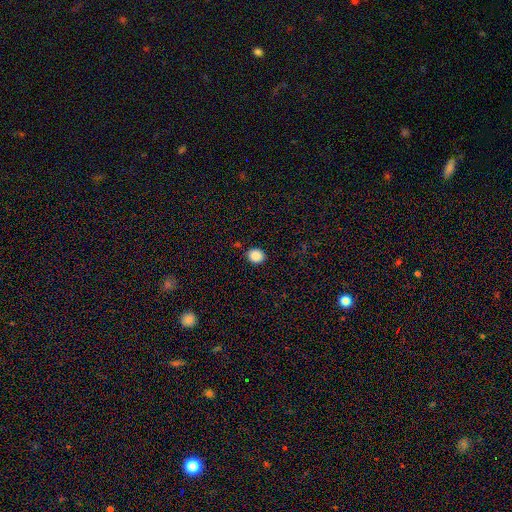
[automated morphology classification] A smooth galaxy with no disk features (88%) that is round (75%).

Vote fractions:
- Smooth or featured? smooth: 88% / star or artifact: 9% / featured or disk: 3%
- How rounded? round: 75% / in between: 25% / cigar-shaped: 1%
- Merging? none: 88% / minor disturbance: 8% / major disturbance: 2% / merger: 2%